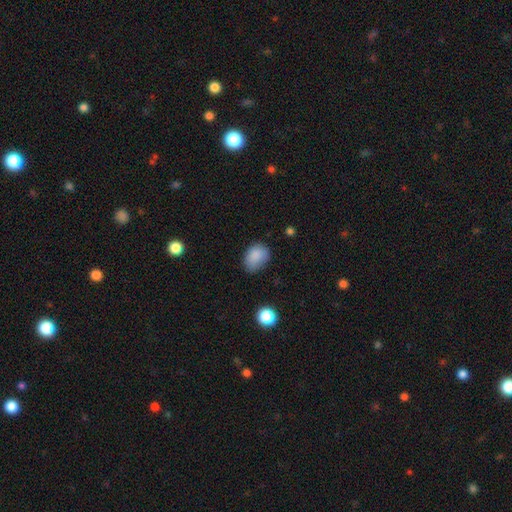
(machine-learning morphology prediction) A smooth galaxy with no disk features (86%) that is in between round and cigar-shaped (74%).

Vote fractions:
- Smooth or featured? smooth: 86% / star or artifact: 9% / featured or disk: 5%
- How rounded? in between: 74% / round: 25% / cigar-shaped: 1%
- Merging? none: 64% / minor disturbance: 28% / major disturbance: 6% / merger: 2%